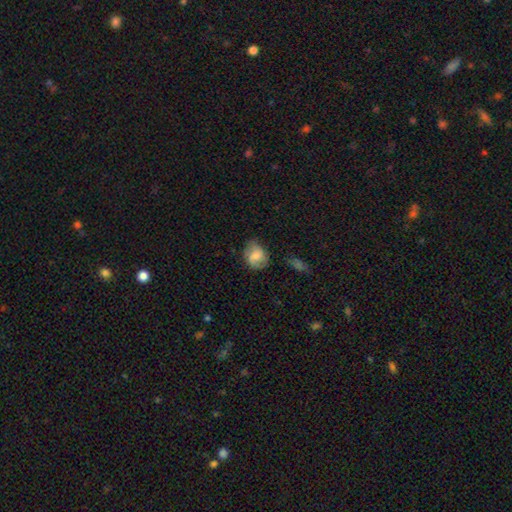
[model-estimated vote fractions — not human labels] Q: Smooth or featured?
A: smooth (63%); runner-up: featured or disk (29%)
Q: How rounded?
A: round (54%); runner-up: in between (45%)
Q: Merging?
A: none (64%); runner-up: minor disturbance (26%)